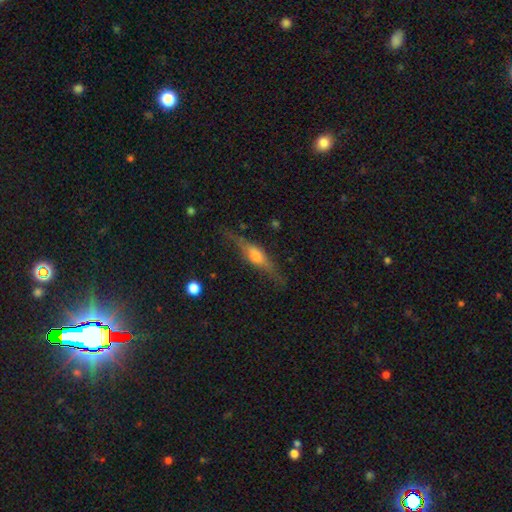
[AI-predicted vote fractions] Overall: featured or disk (67%). Edge-on disk: yes (93%). Edge-on bulge: rounded (87%). Merging: none (78%).